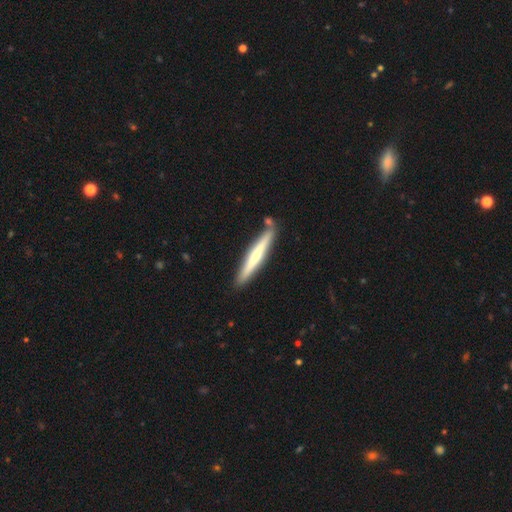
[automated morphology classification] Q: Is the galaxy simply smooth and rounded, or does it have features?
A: featured or disk — 49%.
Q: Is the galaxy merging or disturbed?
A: none — 83%.